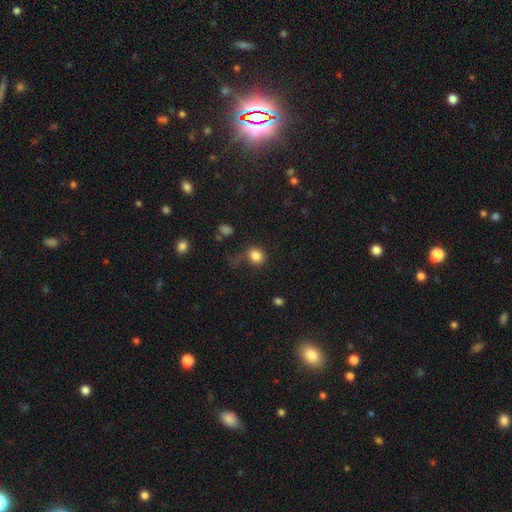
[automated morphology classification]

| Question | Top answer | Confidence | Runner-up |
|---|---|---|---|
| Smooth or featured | smooth | 84% | star or artifact (11%) |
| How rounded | round | 64% | in between (35%) |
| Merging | none | 59% | minor disturbance (21%) |